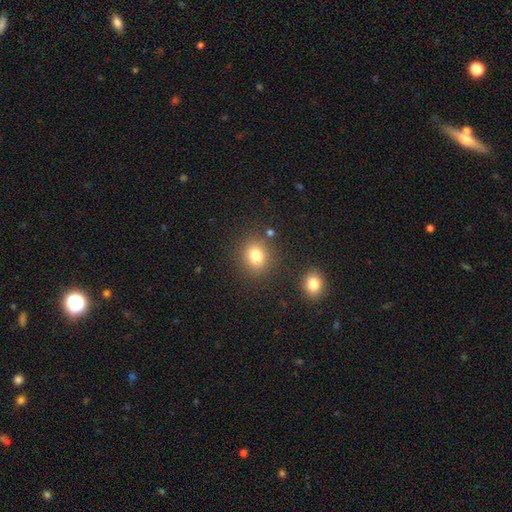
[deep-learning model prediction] Morphology: type=smooth (80%); roundness=round (74%); merging=none (83%).